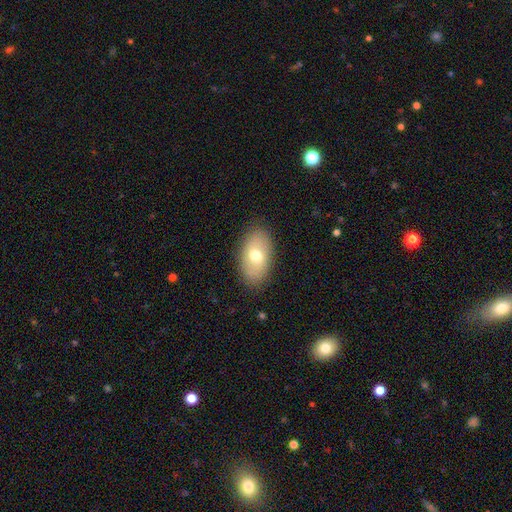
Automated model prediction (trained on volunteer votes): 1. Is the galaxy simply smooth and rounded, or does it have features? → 67% smooth, 26% featured or disk, 7% star or artifact.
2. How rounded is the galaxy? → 92% in between, 6% round, 2% cigar-shaped.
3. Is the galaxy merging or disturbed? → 87% none, 10% minor disturbance, 2% major disturbance, 1% merger.